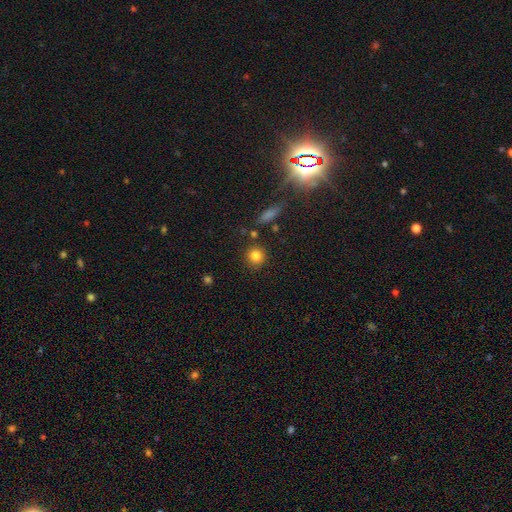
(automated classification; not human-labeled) The model was most divided on "smooth or featured": smooth: 82%, star or artifact: 11%, featured or disk: 7%. More confident: how rounded — round (88%); merging — none (84%).